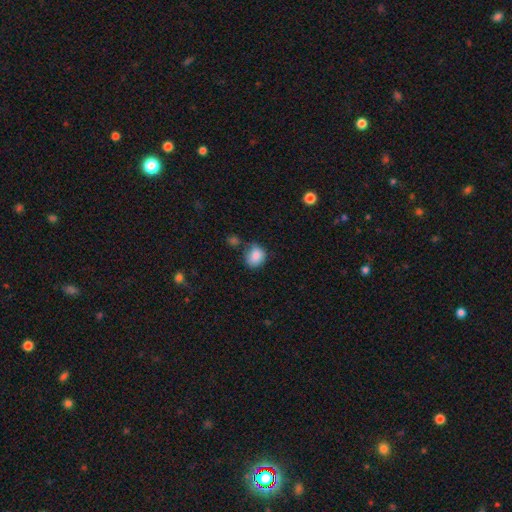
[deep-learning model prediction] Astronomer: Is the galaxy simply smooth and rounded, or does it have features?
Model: smooth — 86%.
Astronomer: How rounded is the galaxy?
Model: round — 62%.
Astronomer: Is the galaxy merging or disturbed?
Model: none — 60%.